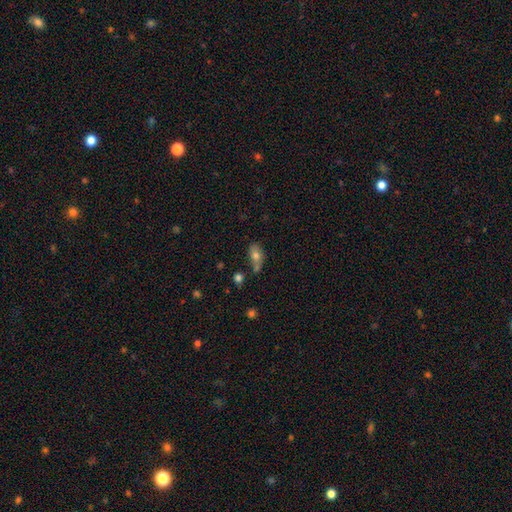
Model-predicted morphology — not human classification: type=smooth (72%); roundness=in between (85%); merging=none (52%).